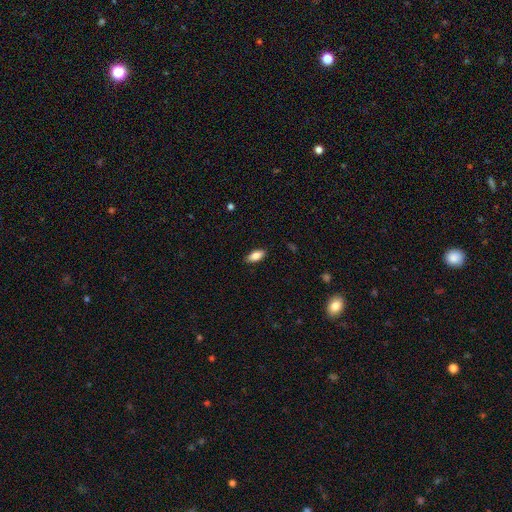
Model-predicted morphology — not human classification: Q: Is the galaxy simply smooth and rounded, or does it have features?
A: smooth — 85%.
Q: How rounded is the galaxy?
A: in between — 85%.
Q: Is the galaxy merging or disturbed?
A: none — 87%.